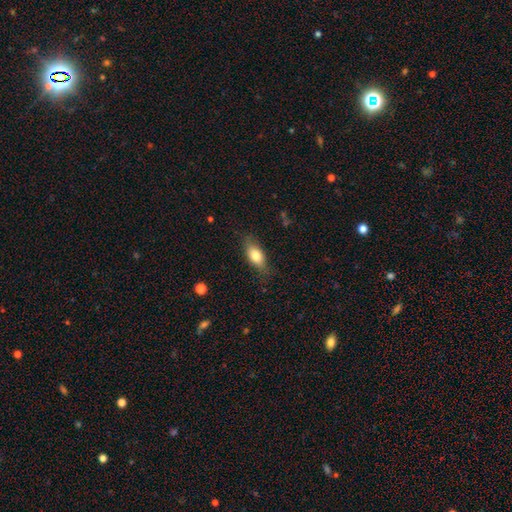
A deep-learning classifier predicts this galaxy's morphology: smooth-or-featured: smooth: 78% | featured or disk: 15% | star or artifact: 7%
  how-rounded: in between: 84% | cigar-shaped: 12% | round: 5%
  merging: none: 78% | minor disturbance: 17% | major disturbance: 4% | merger: 1%